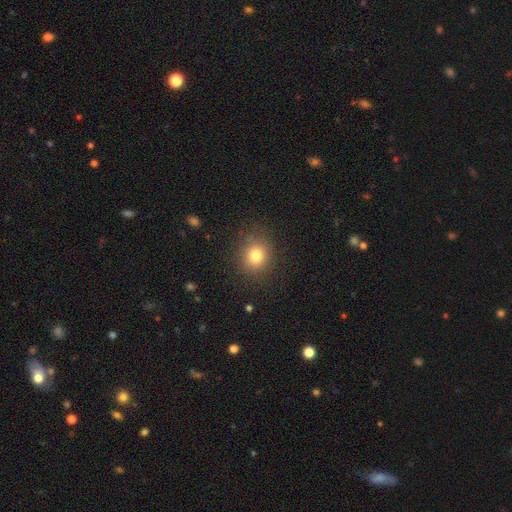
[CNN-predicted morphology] Smooth or featured?
  - smooth: 79% *
  - star or artifact: 13%
  - featured or disk: 8%
How rounded?
  - round: 81% *
  - in between: 18%
  - cigar-shaped: 1%
Merging?
  - none: 87% *
  - minor disturbance: 8%
  - major disturbance: 3%
  - merger: 1%